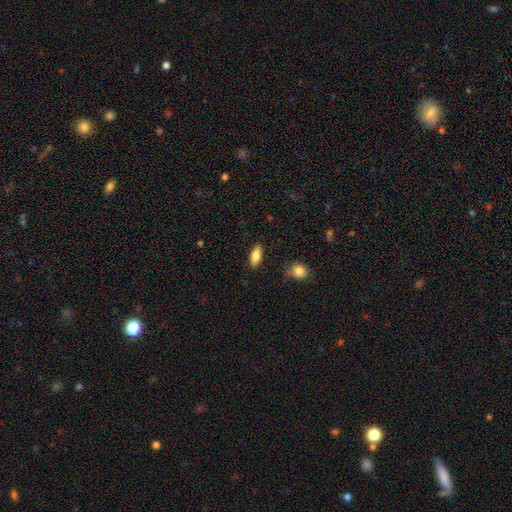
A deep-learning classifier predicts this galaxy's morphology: type=smooth (81%); roundness=in between (77%); merging=none (86%).